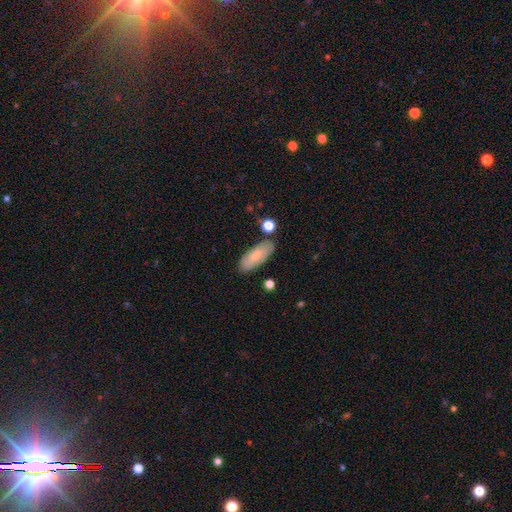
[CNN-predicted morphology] Q: Smooth or featured?
A: smooth (76%); runner-up: featured or disk (18%)
Q: How rounded?
A: in between (77%); runner-up: cigar-shaped (21%)
Q: Merging?
A: none (80%); runner-up: minor disturbance (13%)